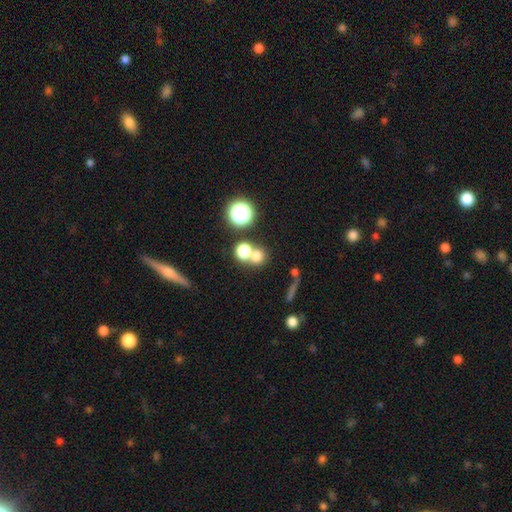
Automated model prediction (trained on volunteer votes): A smooth galaxy with no disk features (72%) that is round (86%). Merging: none (52%).